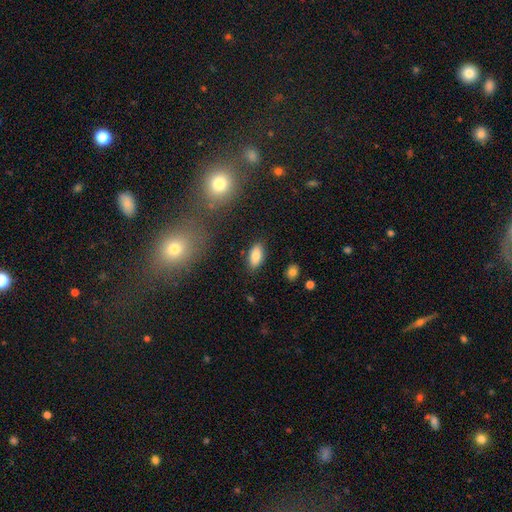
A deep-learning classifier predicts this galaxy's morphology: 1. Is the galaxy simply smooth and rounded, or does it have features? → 83% smooth, 9% featured or disk, 8% star or artifact.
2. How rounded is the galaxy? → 91% in between, 6% cigar-shaped, 3% round.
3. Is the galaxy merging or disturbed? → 85% none, 10% minor disturbance, 3% major disturbance, 2% merger.